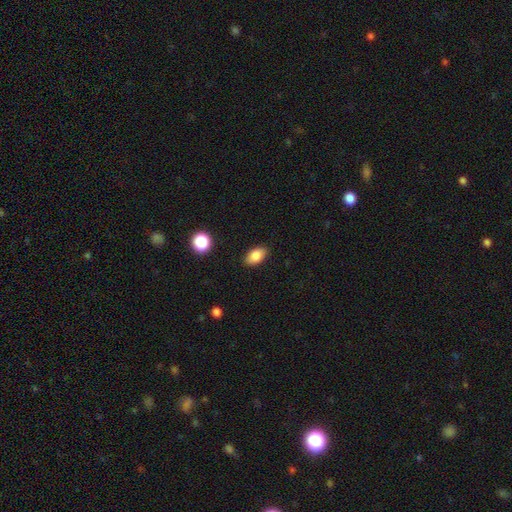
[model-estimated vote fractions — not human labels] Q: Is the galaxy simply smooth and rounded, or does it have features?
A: smooth — 85%.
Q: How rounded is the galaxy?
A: in between — 90%.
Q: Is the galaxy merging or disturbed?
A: none — 86%.